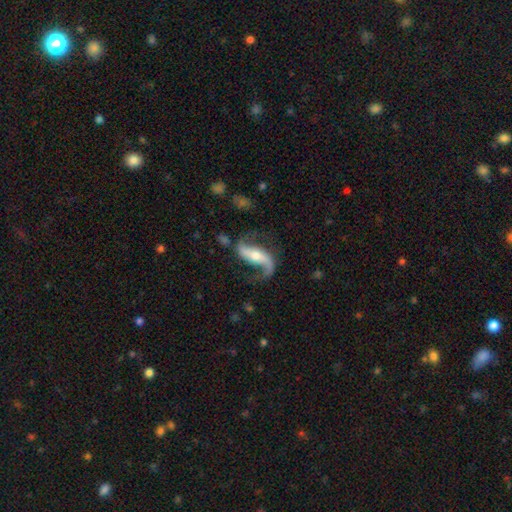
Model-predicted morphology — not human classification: Smooth or featured? featured or disk (87%)
Edge-on disk? no (93%)
Bar? strong (45%)
Spiral arms? yes (96%)
Spiral winding? loose (78%)
Spiral arm count? 2 (84%)
Bulge size? moderate (52%)
Merging? none (67%)